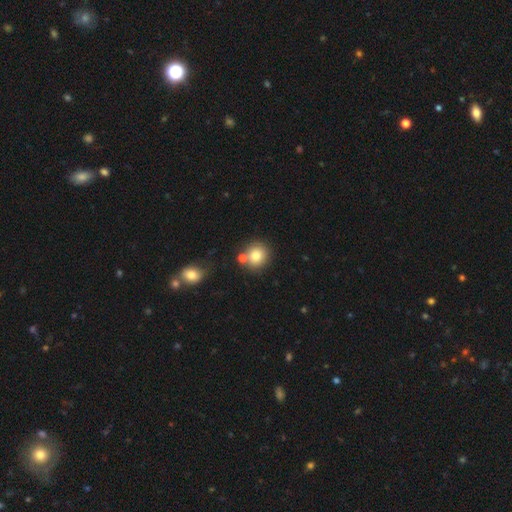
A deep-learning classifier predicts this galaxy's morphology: smooth 79%, star or artifact 11%, featured or disk 10%. Down the decision tree: how rounded — round (89%); merging — none (69%).